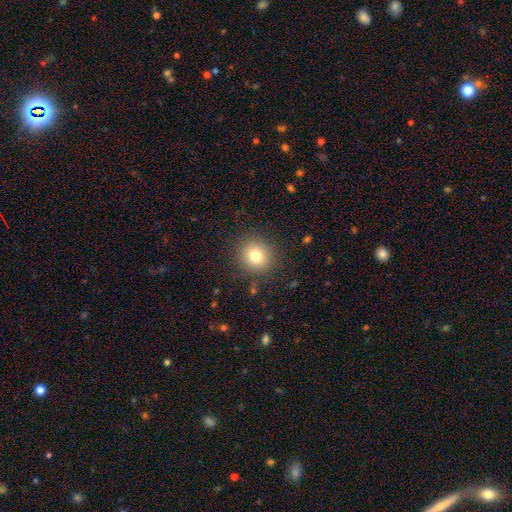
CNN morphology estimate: This is likely a smooth galaxy (77%). How rounded: clearly round (89%). Merging: clearly none (88%).